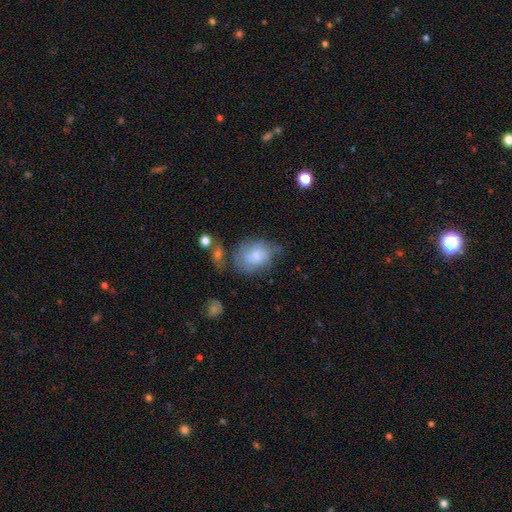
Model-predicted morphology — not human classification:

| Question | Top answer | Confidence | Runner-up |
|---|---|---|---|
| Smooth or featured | smooth | 59% | featured or disk (33%) |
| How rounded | in between | 65% | round (34%) |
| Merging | none | 39% | minor disturbance (31%) |